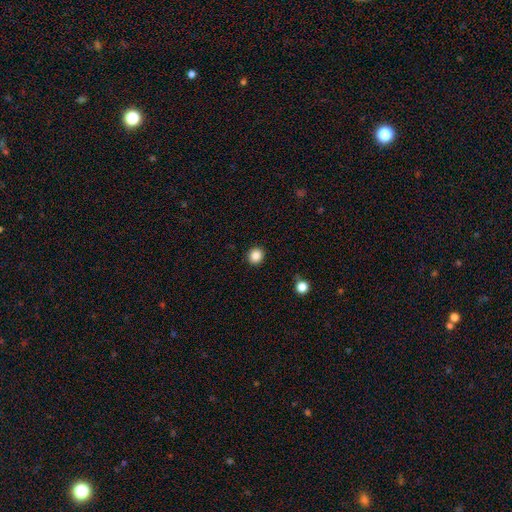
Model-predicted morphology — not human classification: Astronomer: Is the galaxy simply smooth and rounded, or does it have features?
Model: smooth — 86%.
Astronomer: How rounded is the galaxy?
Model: round — 85%.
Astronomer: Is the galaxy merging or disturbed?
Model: none — 91%.